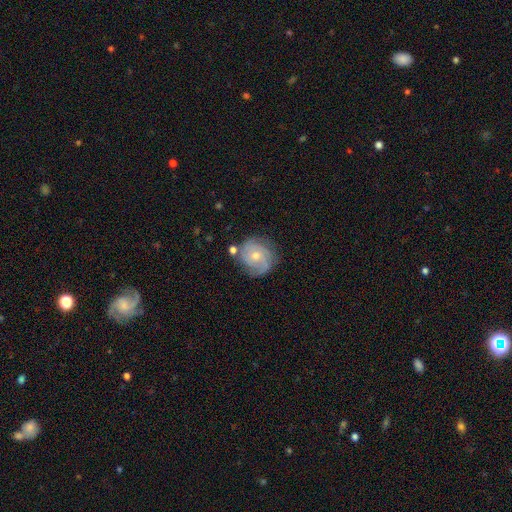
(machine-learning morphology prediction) A featured or disk galaxy (71%) with no bar (74%), 2 (37%) tight (54%) spiral arms (90%) and a small central bulge (49%). Merging: none (69%).